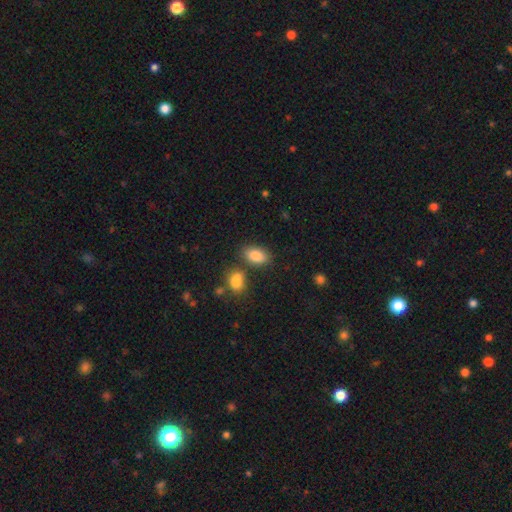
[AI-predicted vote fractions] Smooth or featured: smooth — 85% (star or artifact — 8%)
How rounded: in between — 90% (round — 8%)
Merging: none — 72% (merger — 13%)